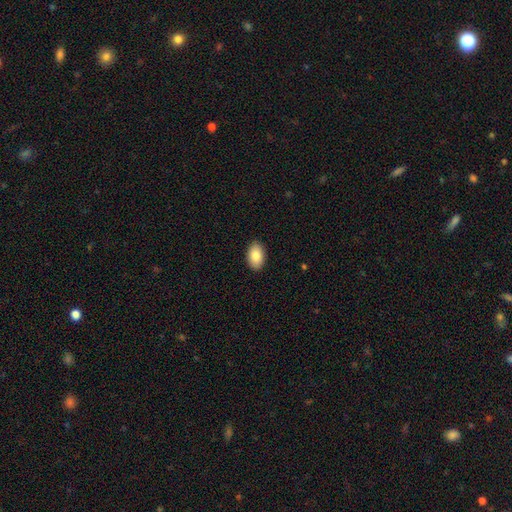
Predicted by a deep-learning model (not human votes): This is clearly a smooth galaxy (86%). How rounded: clearly in between (92%). Merging: clearly none (90%).